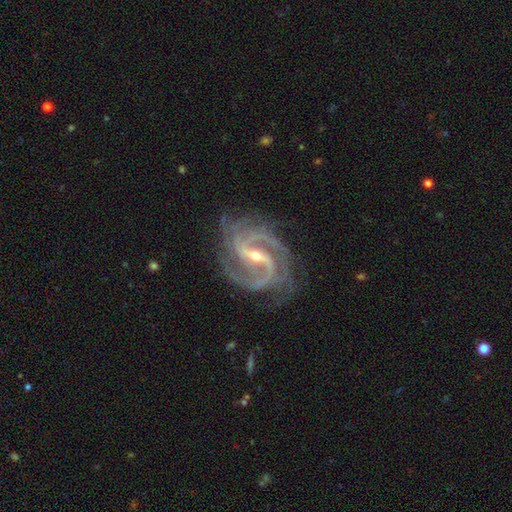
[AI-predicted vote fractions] This appears to be a featured or disk galaxy (93%) with a strong bar (53%), 2 (55%) medium (56%) spiral arms (99%) and a small central bulge (63%). Merging: none (75%).